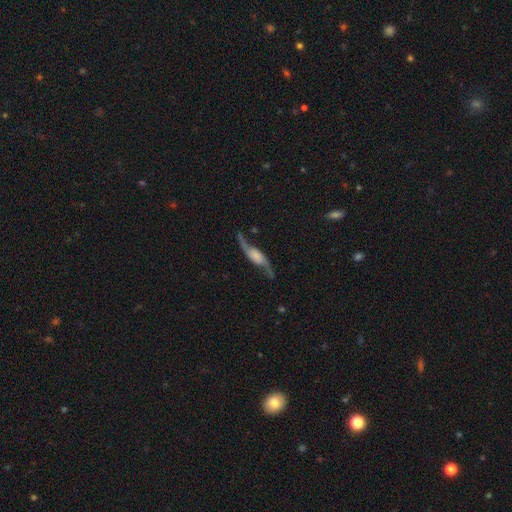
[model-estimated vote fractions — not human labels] Overall: featured or disk (82%). Edge-on disk: no (81%). Bar: no (56%; weak 30%). Spiral arms: yes (95%). Spiral arm count: 2 (93%). Spiral winding: loose (86%). Bulge size: none (35%; small 22%). Merging: none (70%).